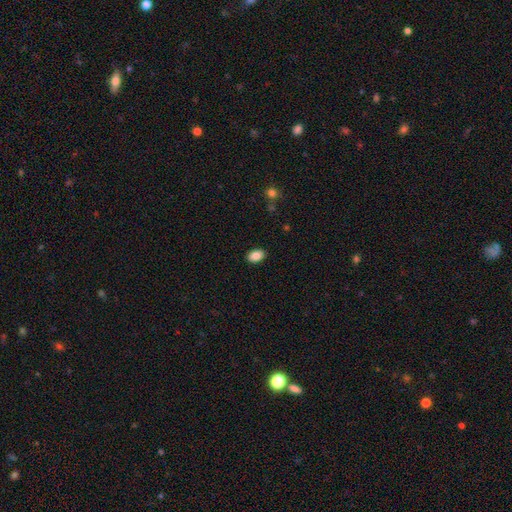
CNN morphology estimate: Smooth or featured? smooth (88%)
How rounded? in between (89%)
Merging? none (89%)